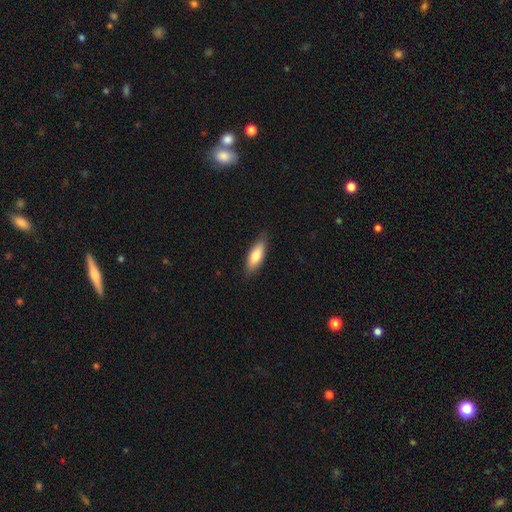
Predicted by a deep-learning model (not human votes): A smooth galaxy with no disk features (77%) that is in between round and cigar-shaped (62%).

Vote fractions:
- Smooth or featured? smooth: 77% / featured or disk: 17% / star or artifact: 6%
- How rounded? in between: 62% / cigar-shaped: 36% / round: 2%
- Merging? none: 84% / minor disturbance: 13% / major disturbance: 2% / merger: 1%